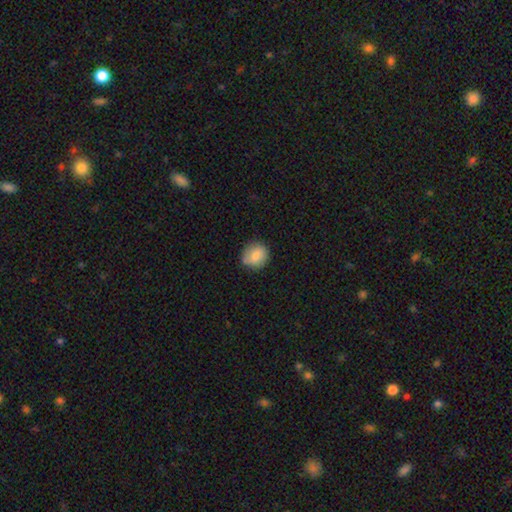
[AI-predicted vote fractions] Morphology: type=smooth (80%); roundness=round (81%); merging=none (77%).